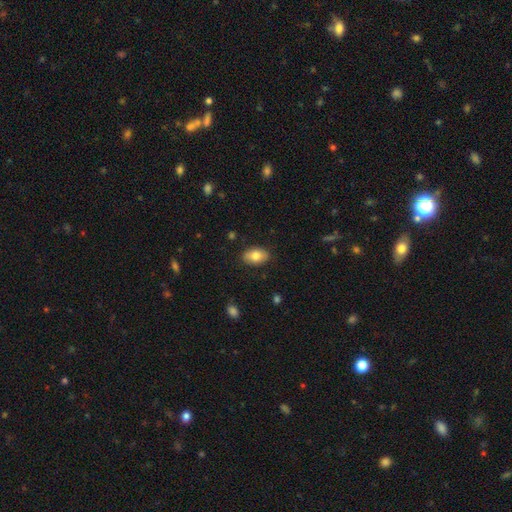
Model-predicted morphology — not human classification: Smooth or featured?
  - smooth: 78% *
  - featured or disk: 15%
  - star or artifact: 7%
How rounded?
  - in between: 90% *
  - round: 9%
  - cigar-shaped: 2%
Merging?
  - none: 86% *
  - minor disturbance: 11%
  - major disturbance: 2%
  - merger: 1%